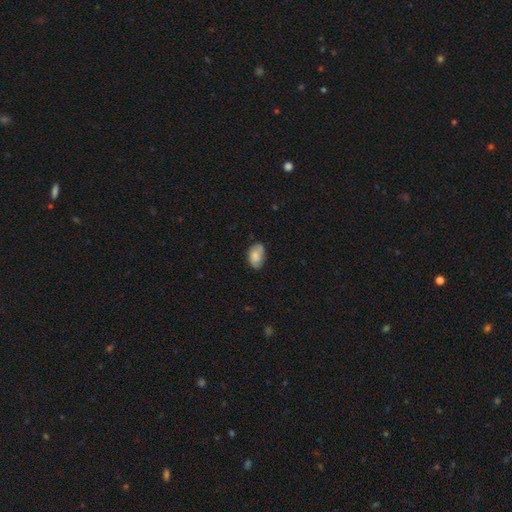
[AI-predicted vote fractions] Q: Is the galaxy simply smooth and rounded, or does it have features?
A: smooth — 75%.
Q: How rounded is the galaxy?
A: in between — 90%.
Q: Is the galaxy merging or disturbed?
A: none — 67%.